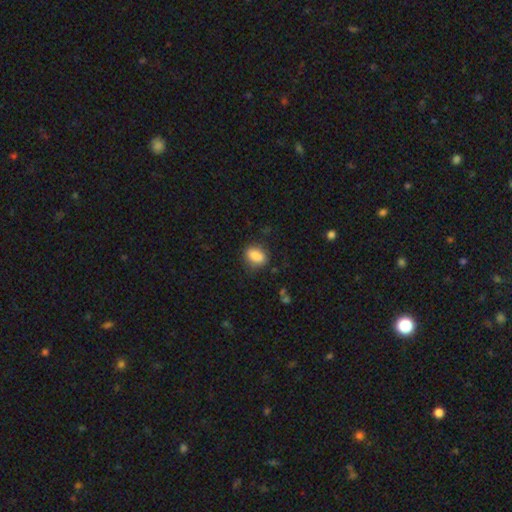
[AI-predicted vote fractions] Smooth or featured?
  - smooth: 85% *
  - star or artifact: 8%
  - featured or disk: 7%
How rounded?
  - in between: 75% *
  - round: 22%
  - cigar-shaped: 3%
Merging?
  - none: 81% *
  - minor disturbance: 14%
  - major disturbance: 4%
  - merger: 1%